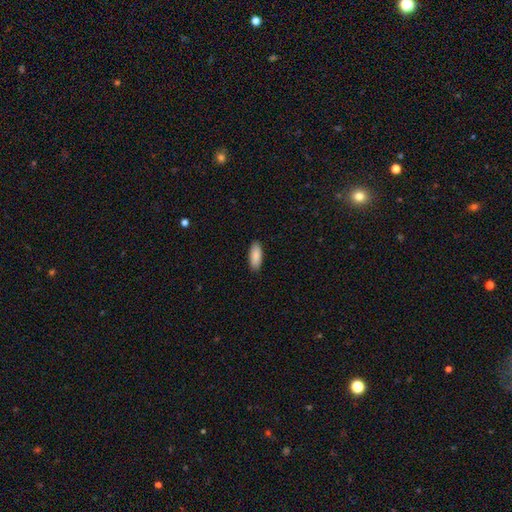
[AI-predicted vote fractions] Smooth or featured?
  - smooth: 89% *
  - star or artifact: 6%
  - featured or disk: 5%
How rounded?
  - in between: 78% *
  - cigar-shaped: 20%
  - round: 2%
Merging?
  - none: 90% *
  - minor disturbance: 7%
  - major disturbance: 2%
  - merger: 1%